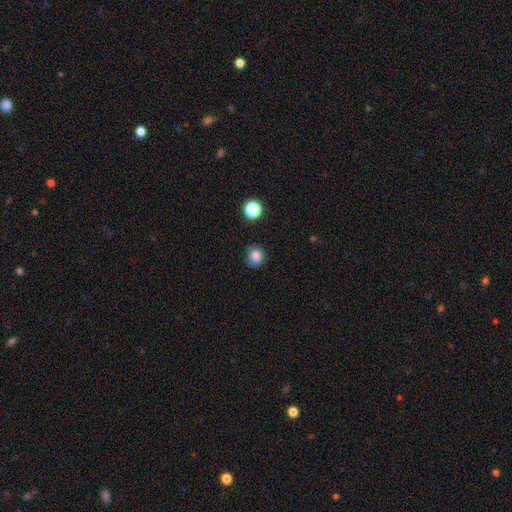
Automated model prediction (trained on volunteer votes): Morphology: type=smooth (83%); roundness=round (83%); merging=none (79%).